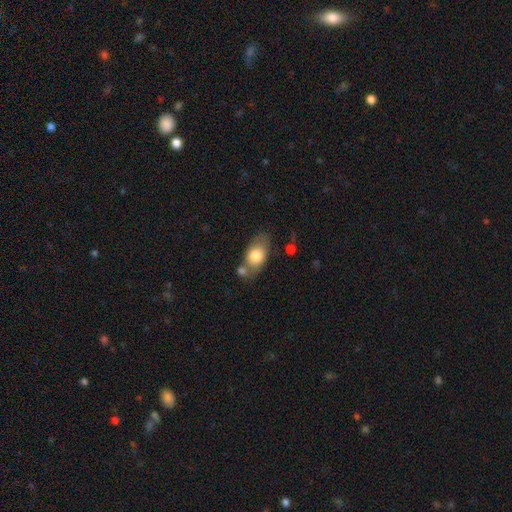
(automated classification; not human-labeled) A smooth galaxy with no disk features (77%) that is in between round and cigar-shaped (85%).

Vote fractions:
- Smooth or featured? smooth: 77% / featured or disk: 17% / star or artifact: 7%
- How rounded? in between: 85% / round: 11% / cigar-shaped: 4%
- Merging? none: 54% / merger: 21% / minor disturbance: 19% / major disturbance: 6%